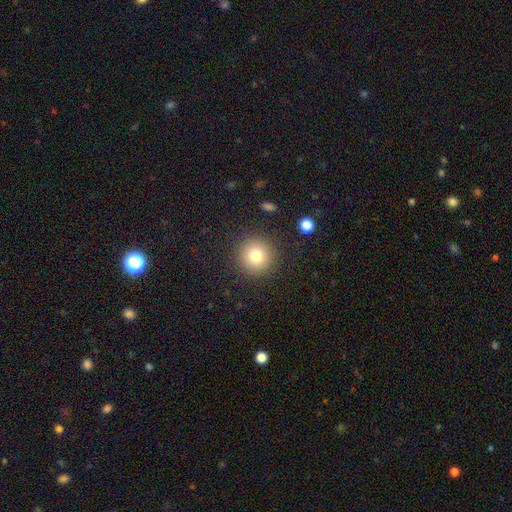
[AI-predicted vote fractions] smooth_or_featured: smooth (p=0.77) [alt: star or artifact p=0.12]
how_rounded: round (p=0.94) [alt: in between p=0.05]
merging: none (p=0.88) [alt: minor disturbance p=0.07]